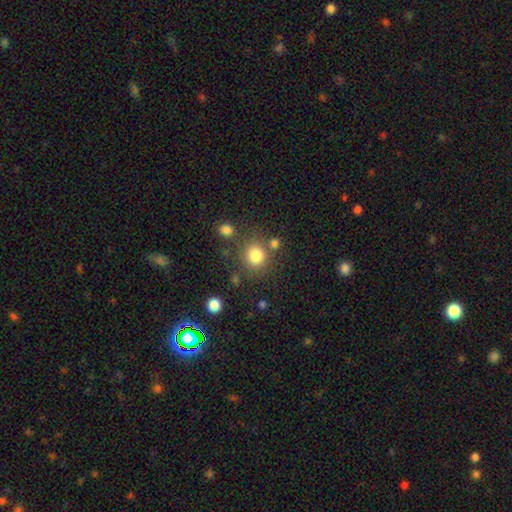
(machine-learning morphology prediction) A smooth galaxy with no disk features (82%) that is round (88%). Merging: none (74%).